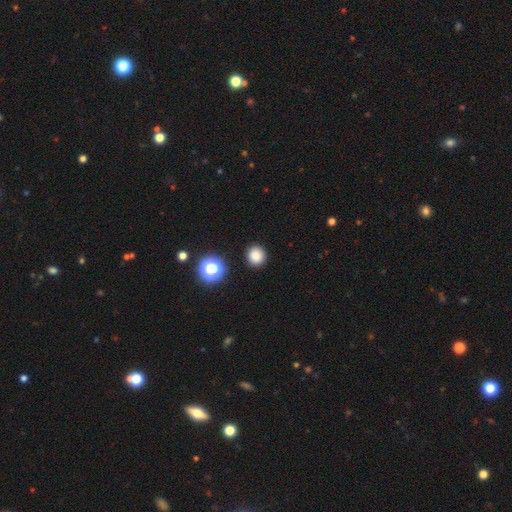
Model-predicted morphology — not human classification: Overall: smooth (83%). How rounded: round (87%). Merging: none (90%).